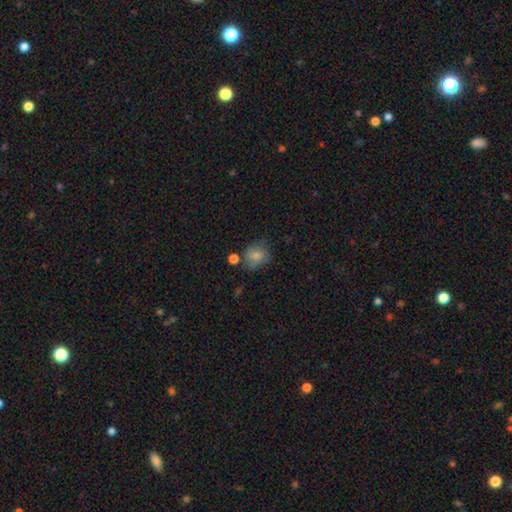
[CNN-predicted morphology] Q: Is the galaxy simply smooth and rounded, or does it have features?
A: smooth — 75%.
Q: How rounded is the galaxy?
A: round — 68%.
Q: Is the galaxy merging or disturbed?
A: none — 56%.